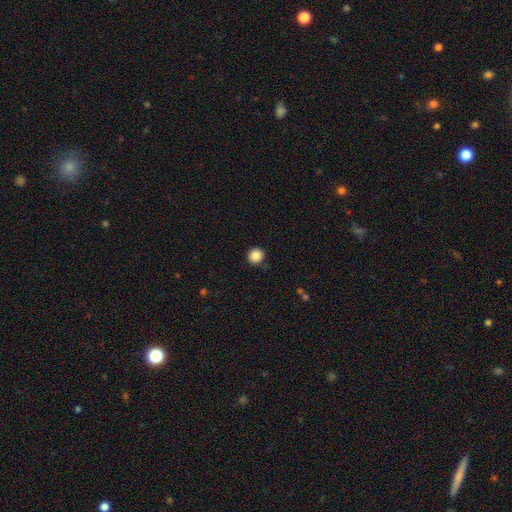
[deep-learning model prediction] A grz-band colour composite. It shows a smooth galaxy with no disk features (87%) that is round (95%). Merging: none (87%).